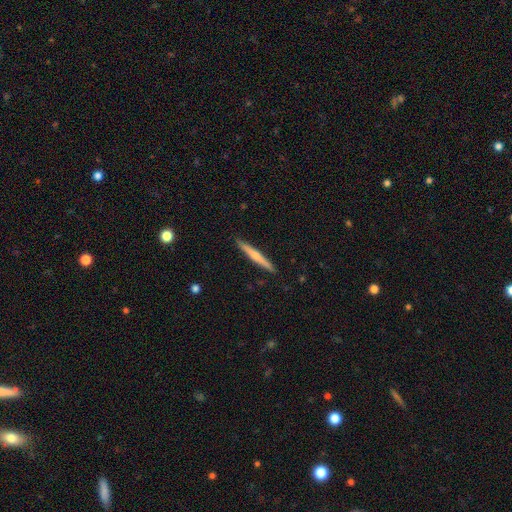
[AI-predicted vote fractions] Smooth or featured? Predicted: smooth (p=0.48). Merging? Predicted: none (p=0.91).